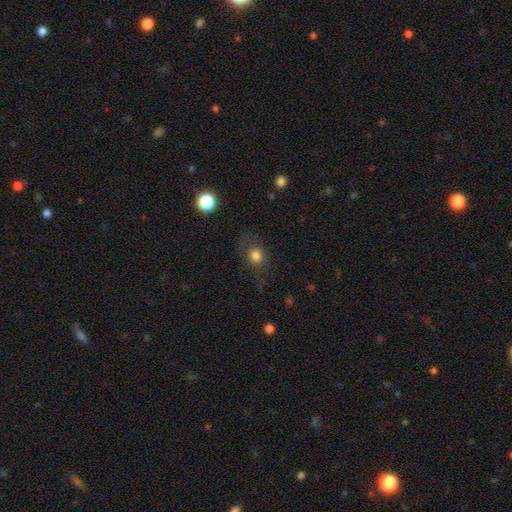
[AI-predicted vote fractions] Morphology: type=smooth (76%); roundness=round (73%); merging=none (69%).